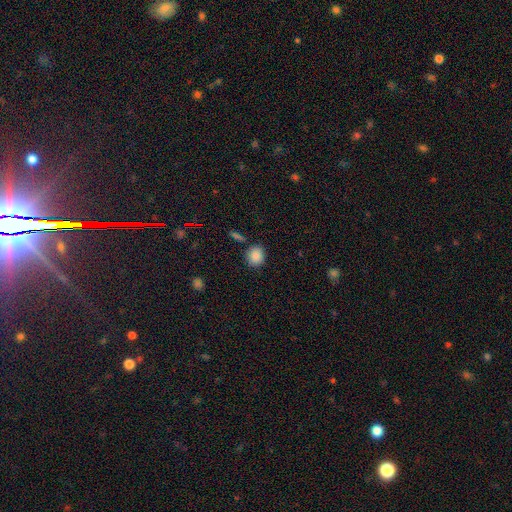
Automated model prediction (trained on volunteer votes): This is clearly a smooth galaxy (86%). How rounded: likely round (73%). Merging: clearly none (83%).